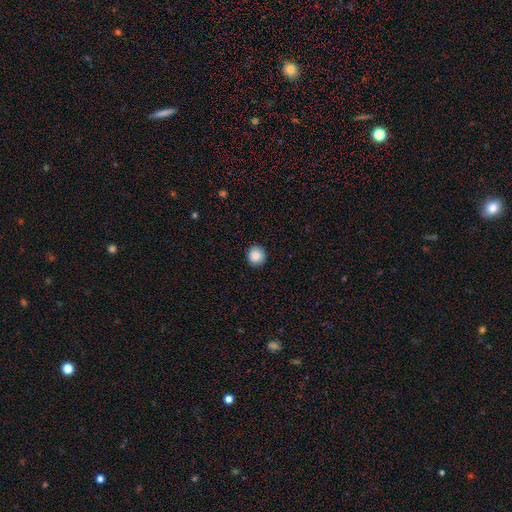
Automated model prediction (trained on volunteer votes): Smooth or featured? Predicted: smooth (p=0.88). How rounded? Predicted: round (p=0.94). Merging? Predicted: none (p=0.91).